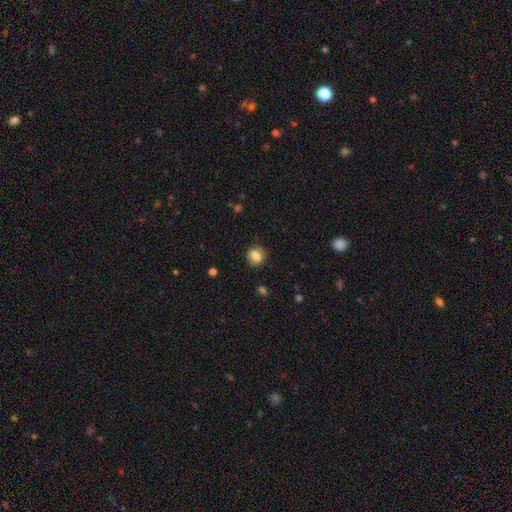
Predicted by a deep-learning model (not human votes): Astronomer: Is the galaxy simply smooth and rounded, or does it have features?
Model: smooth — 80%.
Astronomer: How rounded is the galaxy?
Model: round — 58% (runner-up: in between, 41%).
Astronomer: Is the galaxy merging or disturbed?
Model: none — 78%.